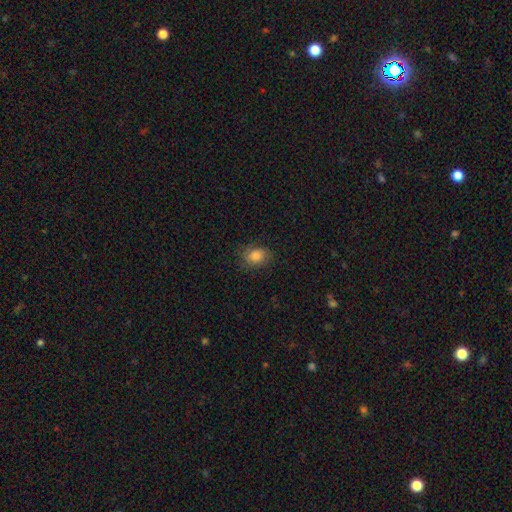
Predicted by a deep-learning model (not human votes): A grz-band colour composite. It shows a smooth galaxy with no disk features (81%) that is in between round and cigar-shaped (68%). Merging: none (78%).